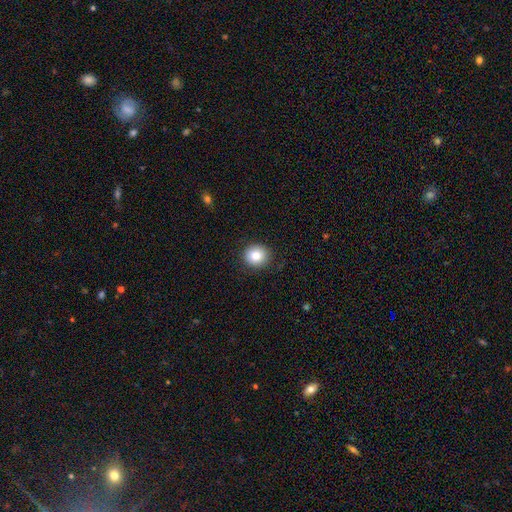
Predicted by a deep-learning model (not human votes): Smooth or featured: smooth — 83% (star or artifact — 9%)
How rounded: round — 84% (in between — 15%)
Merging: none — 89% (minor disturbance — 8%)